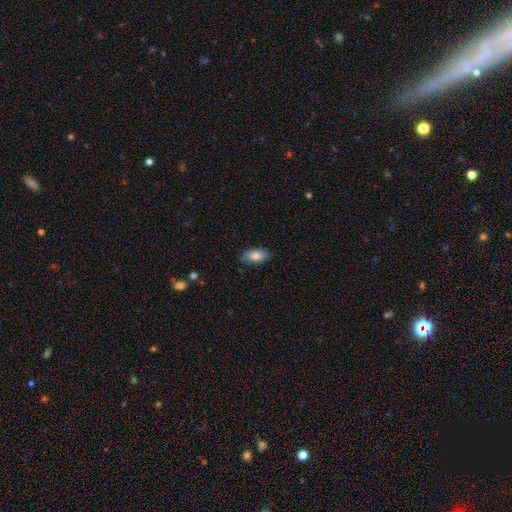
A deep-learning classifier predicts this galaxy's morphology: Smooth or featured: smooth — 82% (featured or disk — 11%)
How rounded: in between — 91% (cigar-shaped — 5%)
Merging: none — 82% (minor disturbance — 14%)